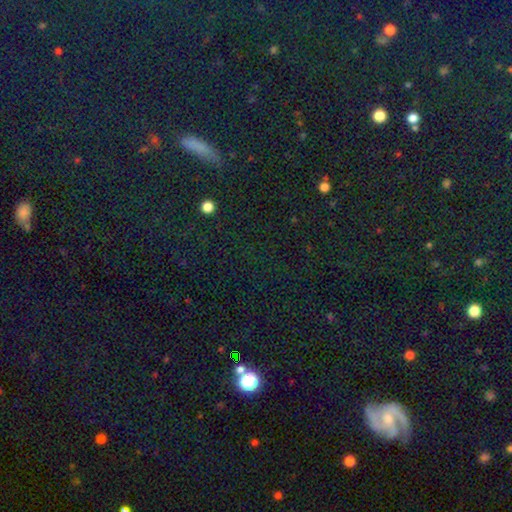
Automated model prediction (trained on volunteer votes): Smooth or featured?
  - star or artifact: 66% *
  - smooth: 22%
  - featured or disk: 11%